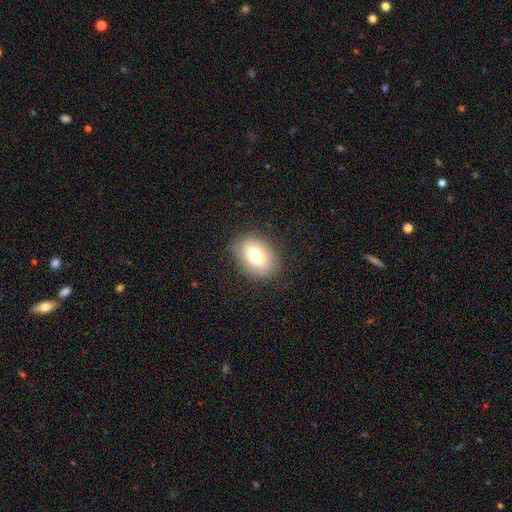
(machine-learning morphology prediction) A smooth galaxy with no disk features (76%) that is in between round and cigar-shaped (85%). Merging: none (84%).